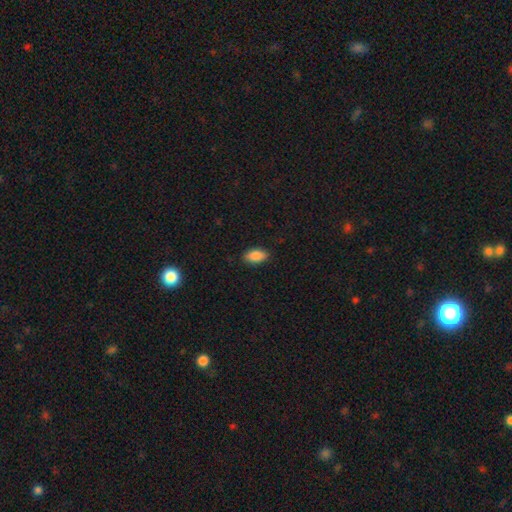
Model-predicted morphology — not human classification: type=smooth (88%); roundness=in between (92%); merging=none (87%).